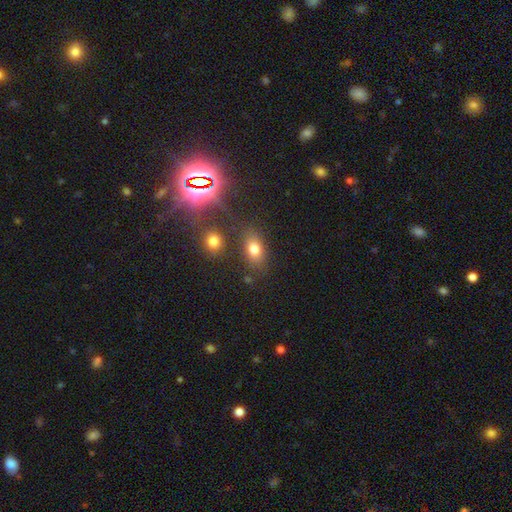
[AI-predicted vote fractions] smooth_or_featured: smooth (p=0.57) [alt: star or artifact p=0.33]
how_rounded: in between (p=0.77) [alt: round p=0.20]
merging: none (p=0.80) [alt: minor disturbance p=0.10]